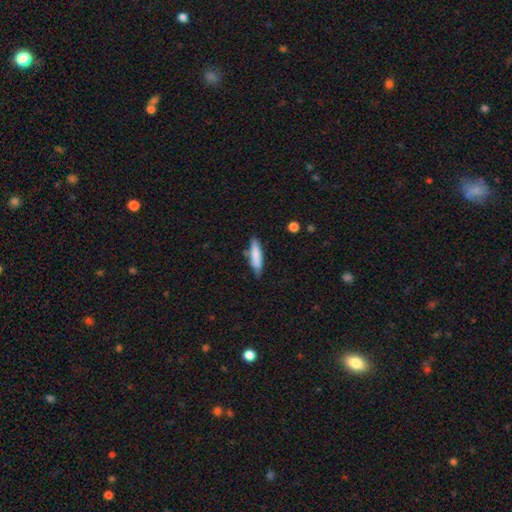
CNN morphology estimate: A smooth galaxy with no disk features (80%) that is cigar-shaped (72%). Merging: none (75%).